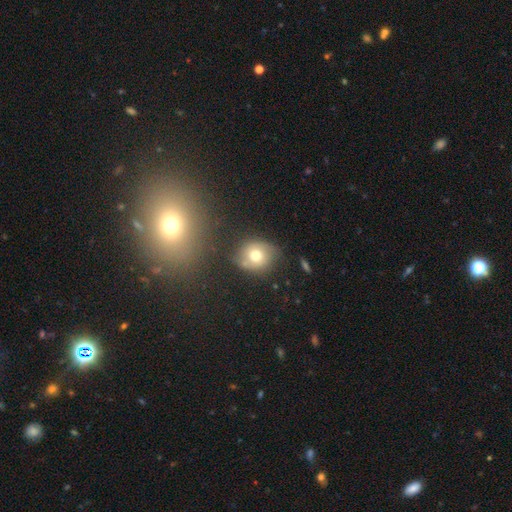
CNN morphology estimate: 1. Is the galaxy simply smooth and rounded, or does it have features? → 66% smooth, 22% featured or disk, 12% star or artifact.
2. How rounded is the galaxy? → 73% round, 26% in between, 1% cigar-shaped.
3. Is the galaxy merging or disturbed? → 66% none, 20% minor disturbance, 8% merger, 6% major disturbance.